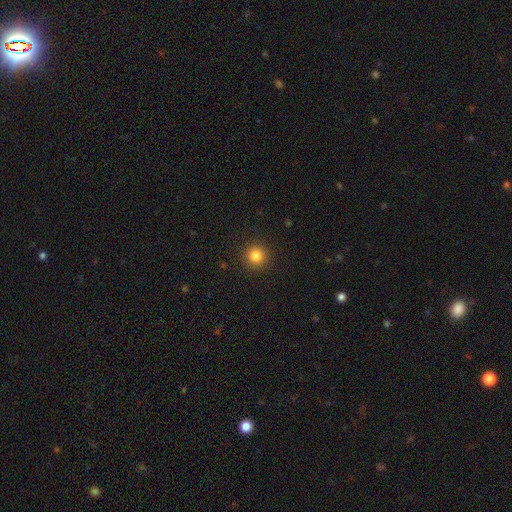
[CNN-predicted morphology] Smooth or featured?
  - smooth: 83% *
  - star or artifact: 12%
  - featured or disk: 5%
How rounded?
  - round: 94% *
  - in between: 5%
  - cigar-shaped: 1%
Merging?
  - none: 92% *
  - minor disturbance: 5%
  - major disturbance: 2%
  - merger: 1%